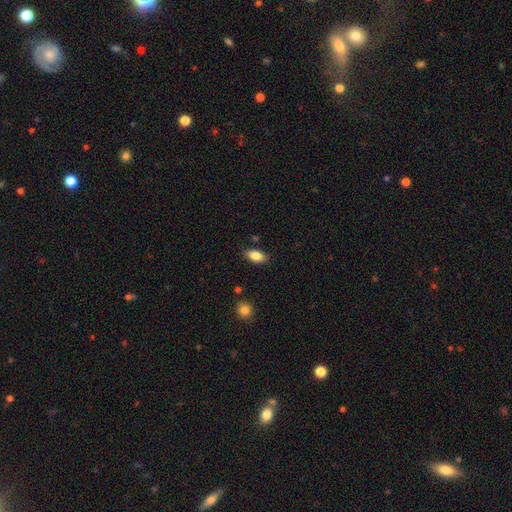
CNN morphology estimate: smooth-or-featured: smooth: 85% | star or artifact: 8% | featured or disk: 8%
  how-rounded: in between: 90% | cigar-shaped: 5% | round: 5%
  merging: none: 84% | minor disturbance: 12% | major disturbance: 2% | merger: 2%